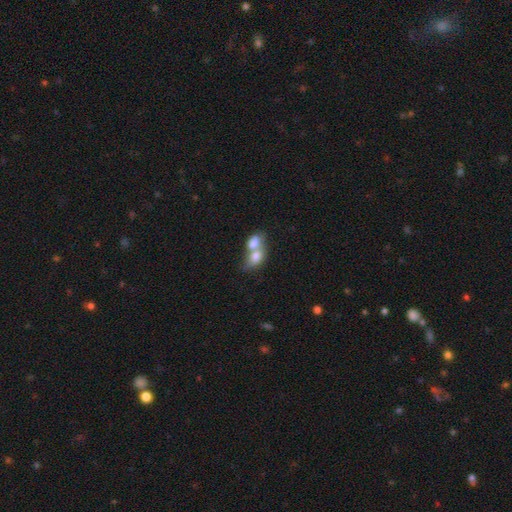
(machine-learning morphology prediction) smooth_or_featured: smooth (p=0.74) [alt: featured or disk p=0.19]
how_rounded: in between (p=0.72) [alt: round p=0.26]
merging: merger (p=0.77) [alt: none p=0.13]